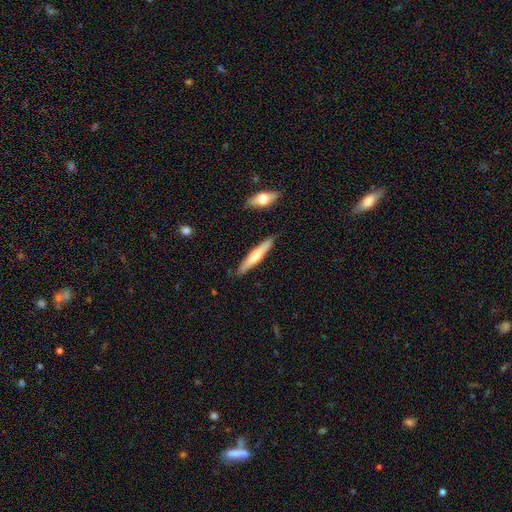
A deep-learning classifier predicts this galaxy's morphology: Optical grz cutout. It shows a smooth galaxy with no disk features (57%) that is cigar-shaped (92%). Merging: none (86%).